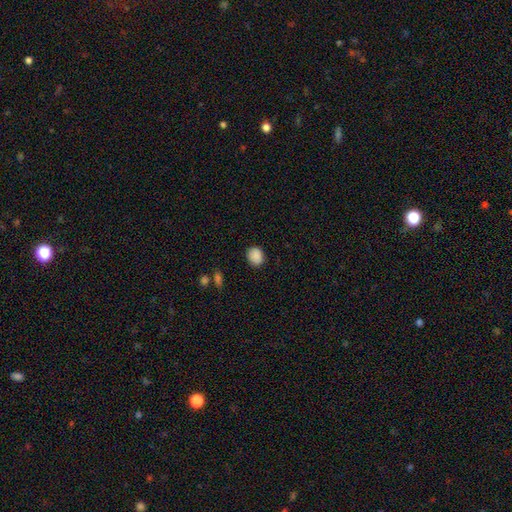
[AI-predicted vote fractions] The model was most divided on "how rounded": round: 63%, in between: 36%, cigar-shaped: 1%. More confident: smooth or featured — smooth (88%); merging — none (85%).